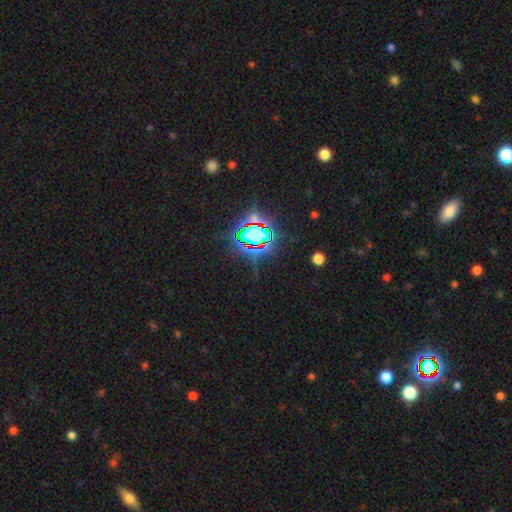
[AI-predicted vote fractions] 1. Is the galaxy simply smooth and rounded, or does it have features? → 84% star or artifact, 10% smooth, 6% featured or disk.